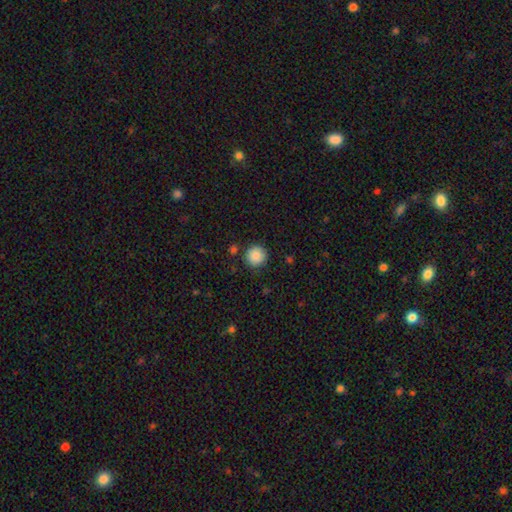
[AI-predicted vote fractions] A smooth galaxy with no disk features (87%) that is round (95%).

Vote fractions:
- Smooth or featured? smooth: 87% / star or artifact: 9% / featured or disk: 4%
- How rounded? round: 95% / in between: 4% / cigar-shaped: 1%
- Merging? none: 88% / minor disturbance: 7% / merger: 2% / major disturbance: 2%